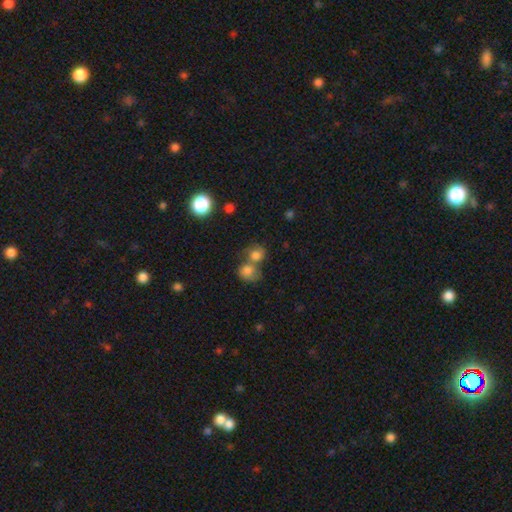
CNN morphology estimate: smooth-or-featured: smooth: 76% | star or artifact: 13% | featured or disk: 11%
  how-rounded: round: 72% | in between: 27% | cigar-shaped: 1%
  merging: merger: 55% | none: 32% | minor disturbance: 9% | major disturbance: 5%